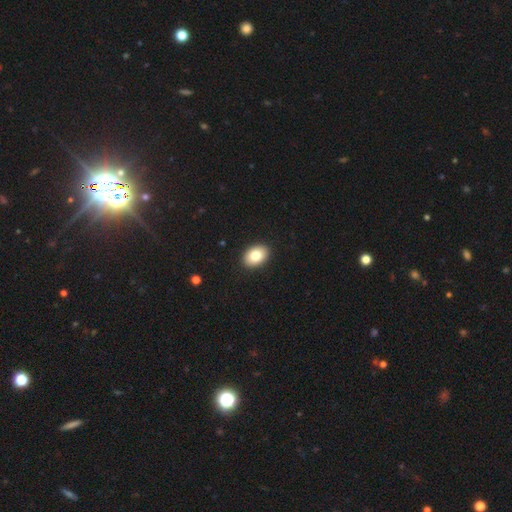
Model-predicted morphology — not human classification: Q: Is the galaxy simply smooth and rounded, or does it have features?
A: smooth — 82%.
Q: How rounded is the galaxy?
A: in between — 80%.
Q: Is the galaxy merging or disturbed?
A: none — 91%.